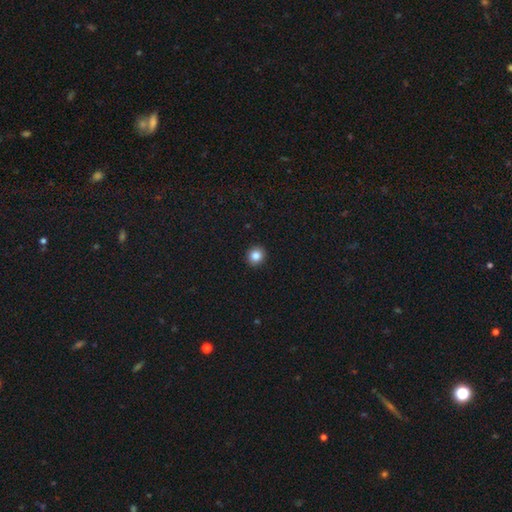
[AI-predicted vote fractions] Smooth or featured: smooth — 85% (star or artifact — 10%)
How rounded: round — 89% (in between — 11%)
Merging: none — 93% (minor disturbance — 5%)